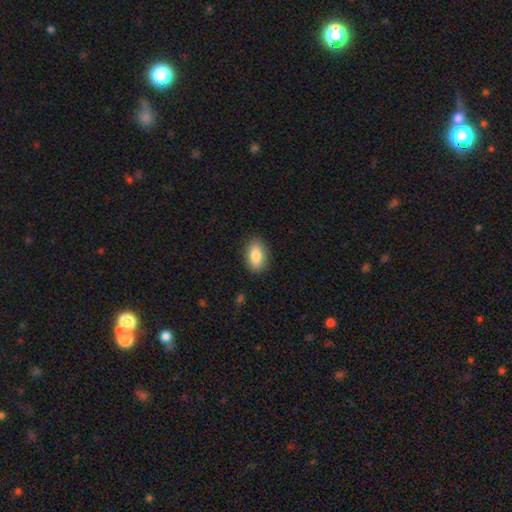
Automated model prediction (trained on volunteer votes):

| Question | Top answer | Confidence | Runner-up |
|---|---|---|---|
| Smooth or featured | smooth | 84% | featured or disk (9%) |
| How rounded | in between | 90% | round (6%) |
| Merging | none | 88% | minor disturbance (9%) |